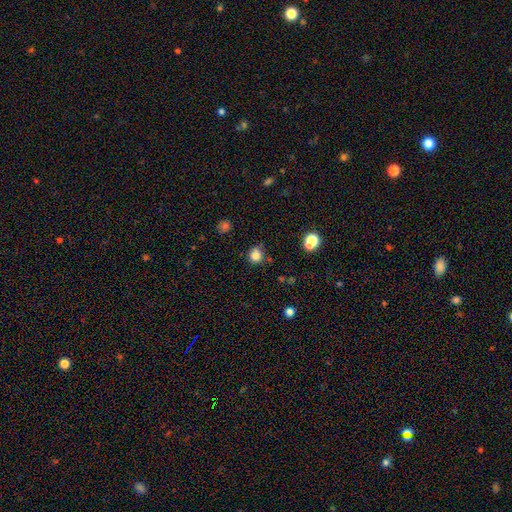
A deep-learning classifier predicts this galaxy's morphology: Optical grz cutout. It shows a smooth galaxy with no disk features (81%) that is round (85%). Merging: none (72%).